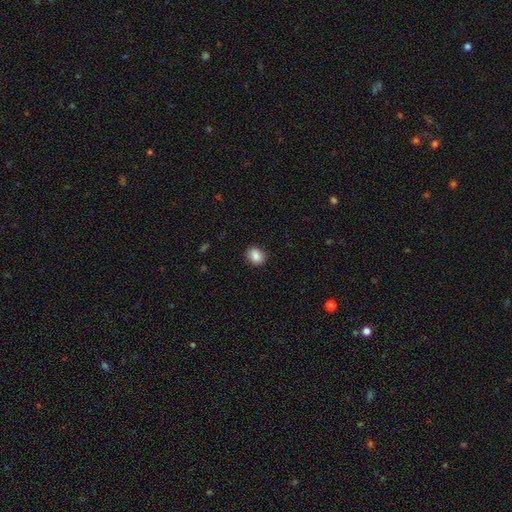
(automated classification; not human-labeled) A smooth galaxy with no disk features (86%) that is in between round and cigar-shaped (50%). Merging: none (86%).